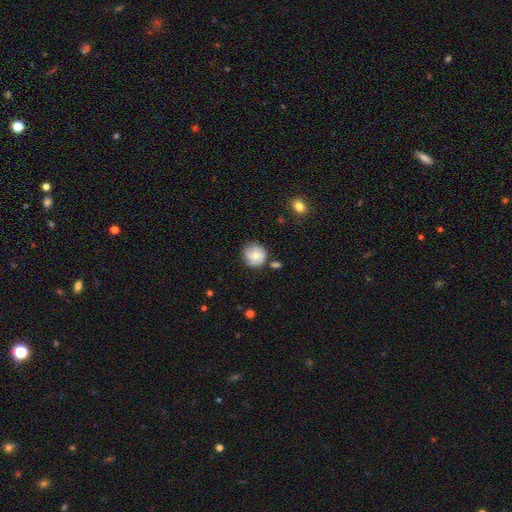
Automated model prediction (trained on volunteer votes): Morphology: type=smooth (53%); roundness=round (91%); merging=none (73%).